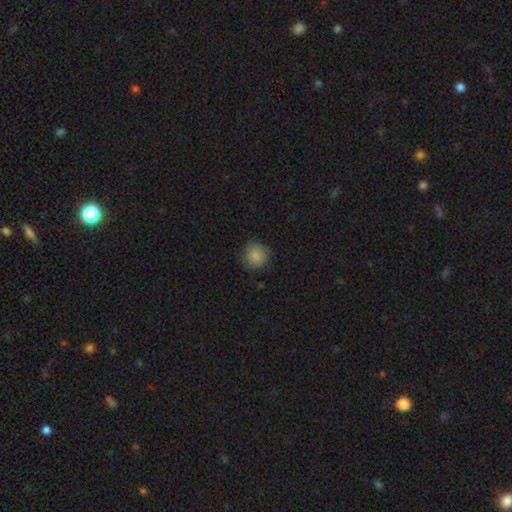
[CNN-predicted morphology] Smooth or featured? smooth (86%)
How rounded? round (90%)
Merging? none (81%)